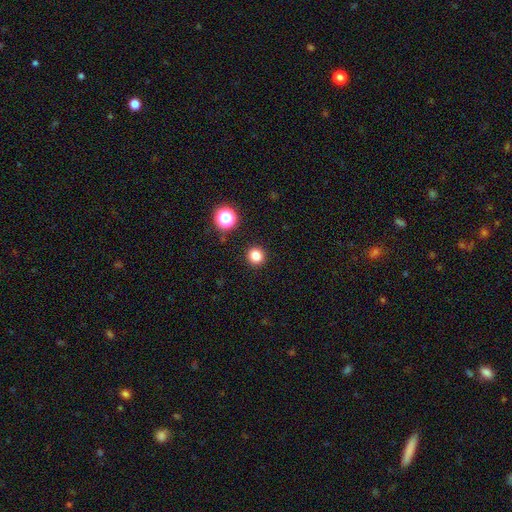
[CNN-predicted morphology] smooth 82%, star or artifact 14%, featured or disk 4%. Down the decision tree: how rounded — round (94%); merging — none (92%).